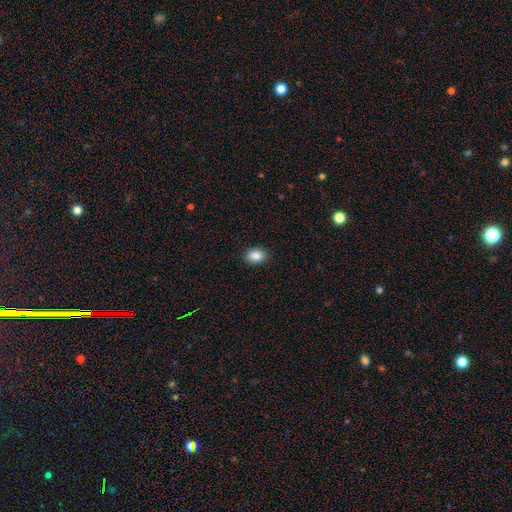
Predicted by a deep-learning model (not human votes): Morphology: type=smooth (87%); roundness=in between (74%); merging=none (90%).